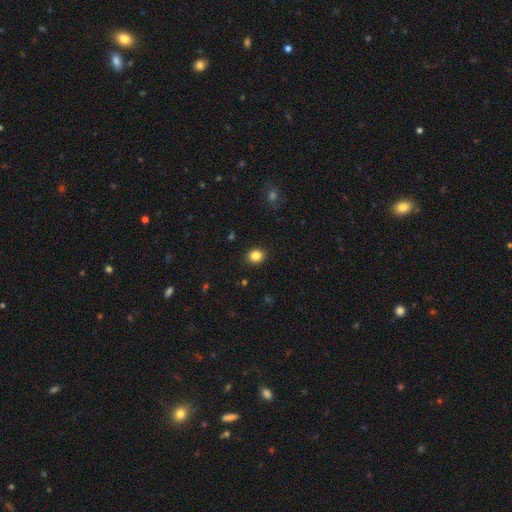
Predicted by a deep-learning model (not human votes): Q: Smooth or featured?
A: smooth (85%); runner-up: star or artifact (10%)
Q: How rounded?
A: round (63%); runner-up: in between (36%)
Q: Merging?
A: none (90%); runner-up: minor disturbance (7%)